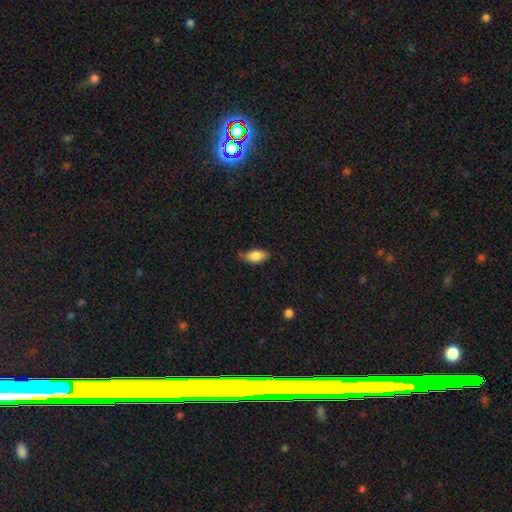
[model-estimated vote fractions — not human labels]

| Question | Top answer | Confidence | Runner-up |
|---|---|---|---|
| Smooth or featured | smooth | 82% | featured or disk (11%) |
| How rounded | in between | 89% | cigar-shaped (7%) |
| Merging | none | 68% | minor disturbance (27%) |